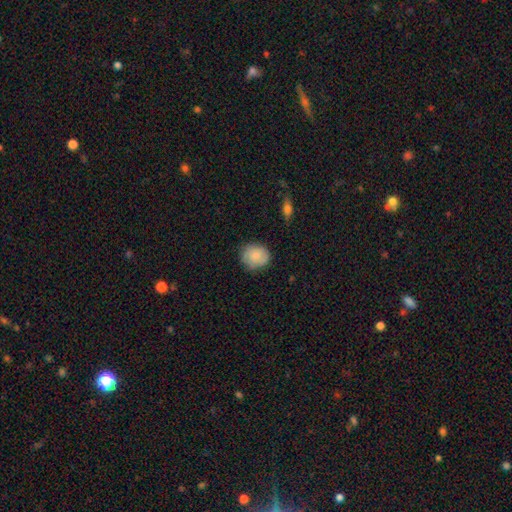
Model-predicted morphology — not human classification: This appears to be a smooth galaxy with no disk features (81%) that is round (78%). Merging: none (77%).